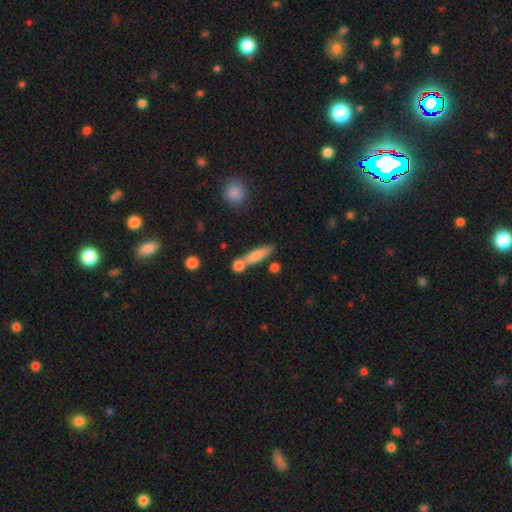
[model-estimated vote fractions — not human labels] Smooth or featured? Predicted: smooth (p=0.75). How rounded? Predicted: cigar-shaped (p=0.71). Merging? Predicted: none (p=0.58).